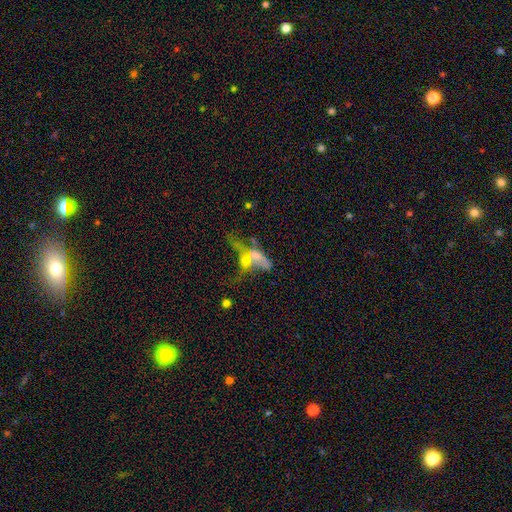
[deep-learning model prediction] Smooth or featured: featured or disk — 48% (smooth — 36%)
Merging: merger — 53% (major disturbance — 25%)